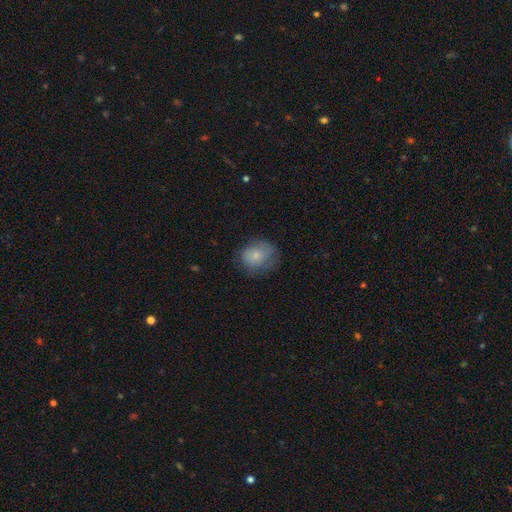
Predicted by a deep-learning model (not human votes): This appears to be a smooth galaxy with no disk features (76%) that is round (59%). Merging: none (63%).